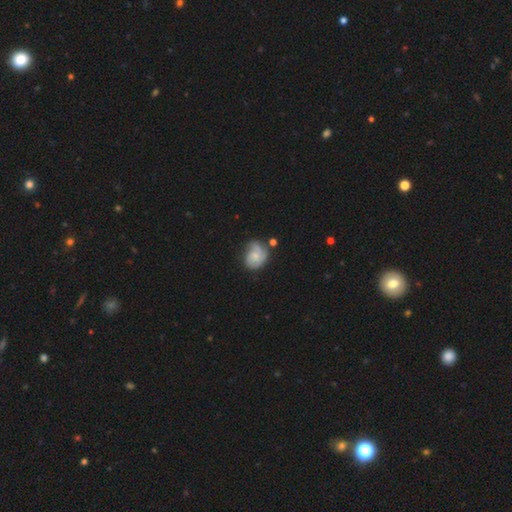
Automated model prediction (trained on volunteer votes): Smooth or featured?
  - featured or disk: 56% *
  - smooth: 37%
  - star or artifact: 7%
Edge-on disk?
  - no: 98% *
  - yes: 2%
Bar?
  - no: 71% *
  - weak: 26%
  - strong: 3%
Spiral arms?
  - yes: 85% *
  - no: 15%
Bulge size?
  - small: 53% *
  - moderate: 33%
  - none: 10%
  - large: 2%
  - dominant: 1%
Merging?
  - none: 48% *
  - minor disturbance: 31%
  - major disturbance: 14%
  - merger: 7%